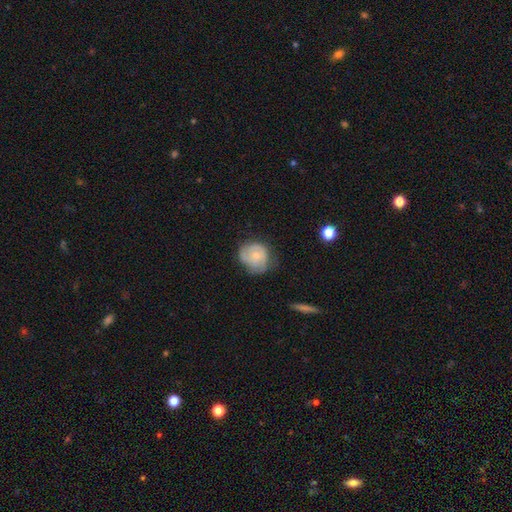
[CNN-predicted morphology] A smooth galaxy with no disk features (47%). Merging: none (53%).